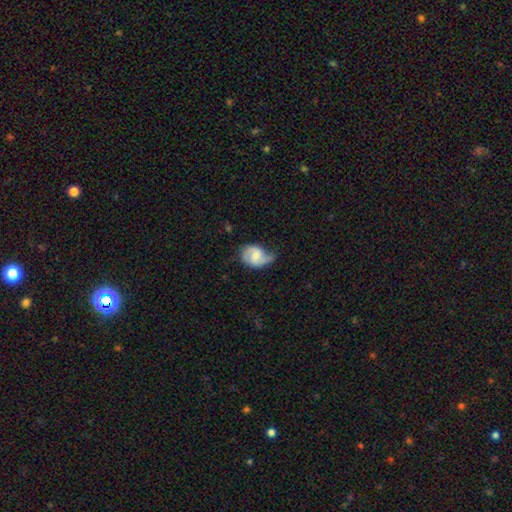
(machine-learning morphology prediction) Smooth or featured? Predicted: featured or disk (p=0.60). Edge-on disk? Predicted: no (p=0.98). Bar? Predicted: weak (p=0.47). Spiral arms? Predicted: yes (p=0.89). Spiral winding? Predicted: medium (p=0.45). Spiral arm count? Predicted: 2 (p=0.73). Bulge size? Predicted: moderate (p=0.39). Merging? Predicted: none (p=0.39).